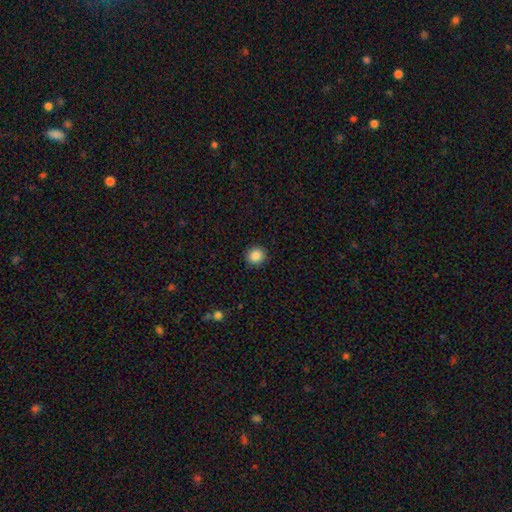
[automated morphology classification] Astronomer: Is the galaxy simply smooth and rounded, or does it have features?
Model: smooth — 87%.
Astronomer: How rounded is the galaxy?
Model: round — 87%.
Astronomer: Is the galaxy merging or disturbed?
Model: none — 91%.